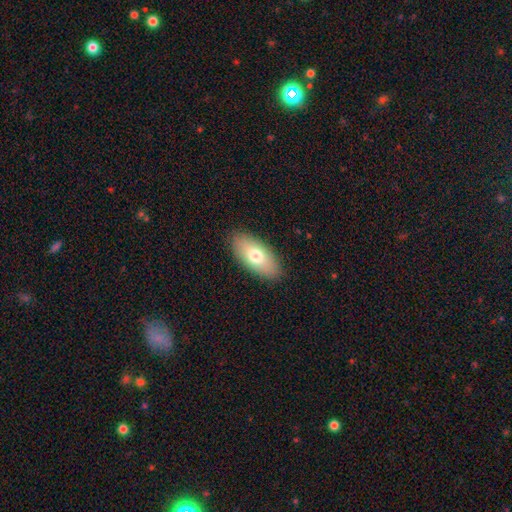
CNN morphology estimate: smooth_or_featured: smooth (p=0.72) [alt: featured or disk p=0.21]
how_rounded: in between (p=0.89) [alt: cigar-shaped p=0.08]
merging: none (p=0.88) [alt: minor disturbance p=0.09]